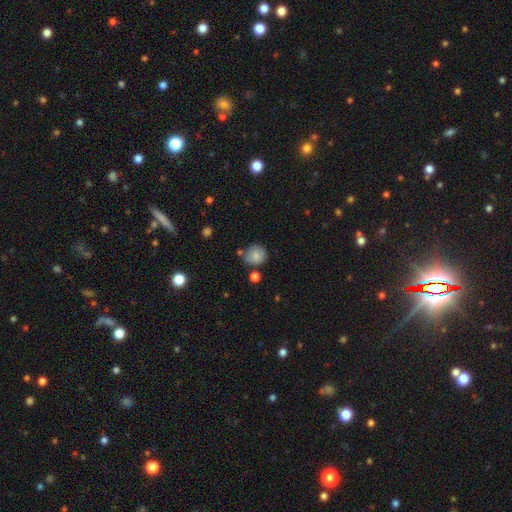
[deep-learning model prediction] A smooth galaxy with no disk features (82%) that is round (86%). Merging: none (66%).